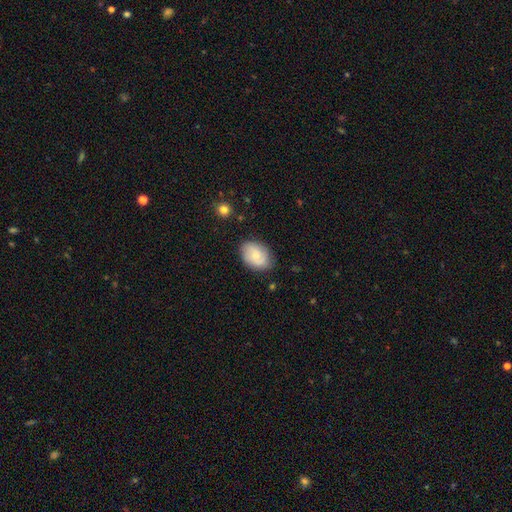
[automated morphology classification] This is possibly a smooth galaxy (57%). How rounded: likely in between (75%). Merging: likely none (77%).